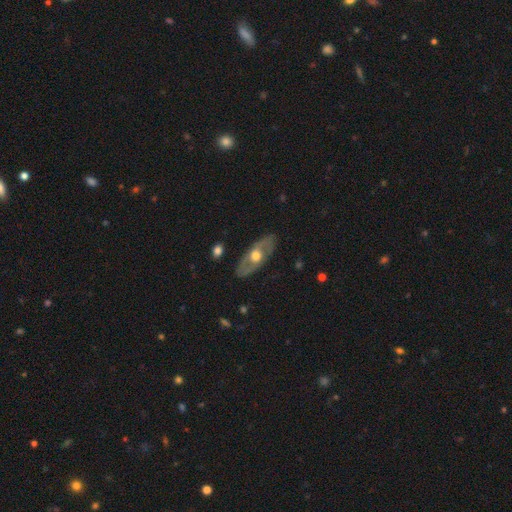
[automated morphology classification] A featured or disk galaxy (63%).

Vote fractions:
- Smooth or featured? featured or disk: 63% / smooth: 32% / star or artifact: 5%
- Edge-on disk? no: 74% / yes: 26%
- Merging? none: 83% / minor disturbance: 12% / major disturbance: 3% / merger: 1%